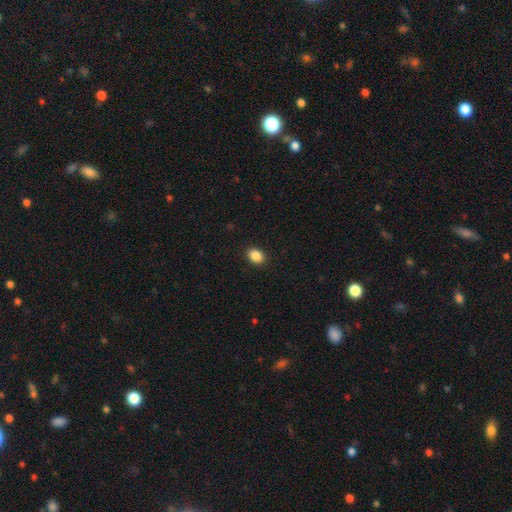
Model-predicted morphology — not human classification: type=smooth (88%); roundness=in between (65%); merging=none (91%).